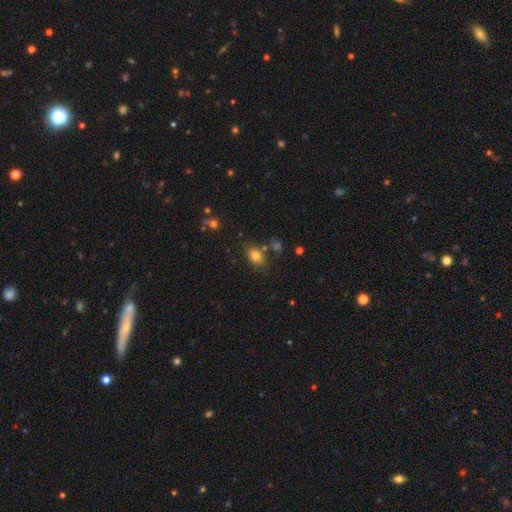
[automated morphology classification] A smooth galaxy with no disk features (79%) that is in between round and cigar-shaped (65%).

Vote fractions:
- Smooth or featured? smooth: 79% / star or artifact: 12% / featured or disk: 8%
- How rounded? in between: 65% / round: 34% / cigar-shaped: 1%
- Merging? none: 73% / minor disturbance: 15% / merger: 8% / major disturbance: 4%